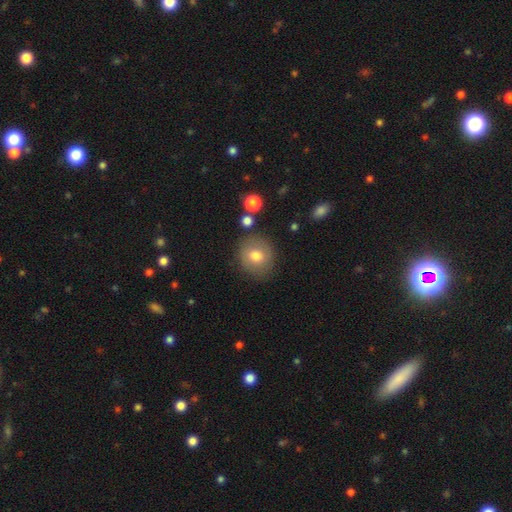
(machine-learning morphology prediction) Smooth or featured? smooth (73%)
How rounded? round (83%)
Merging? none (83%)